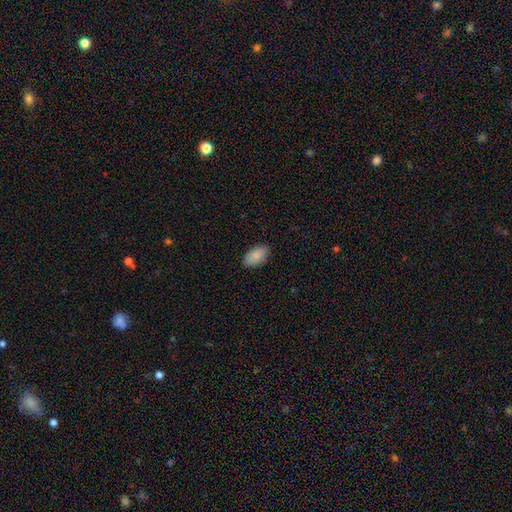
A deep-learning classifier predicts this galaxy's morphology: The model was most divided on "merging": none: 87%, minor disturbance: 10%, major disturbance: 2%, merger: 1%. More confident: how rounded — in between (94%); smooth or featured — smooth (88%).